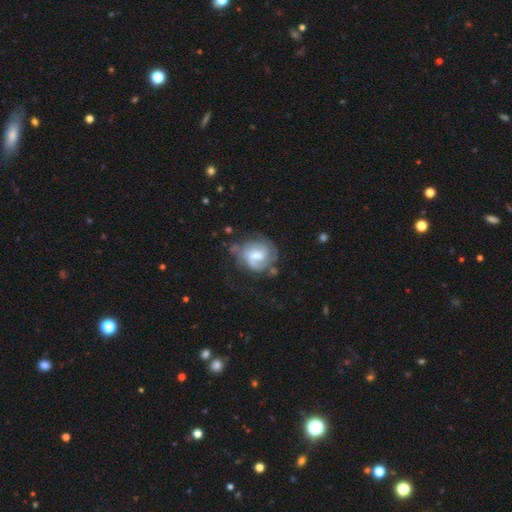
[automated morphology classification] Smooth or featured? featured or disk (72%)
Edge-on disk? no (97%)
Bar? weak (57%)
Spiral arms? yes (88%)
Spiral winding? tight (57%)
Spiral arm count? 2 (43%)
Bulge size? moderate (56%)
Merging? none (52%)